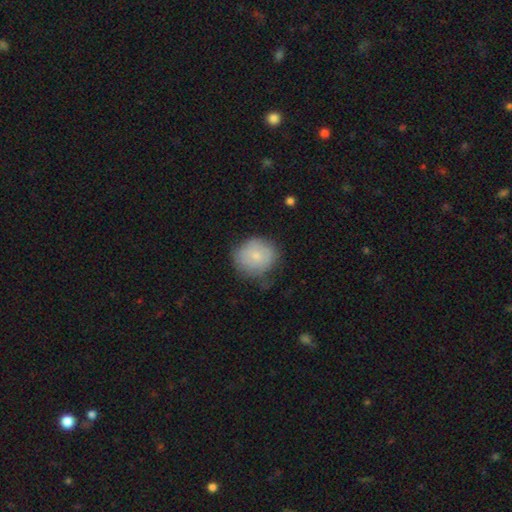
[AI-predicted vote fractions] Smooth or featured? Predicted: smooth (p=0.76). How rounded? Predicted: round (p=0.79). Merging? Predicted: none (p=0.63).